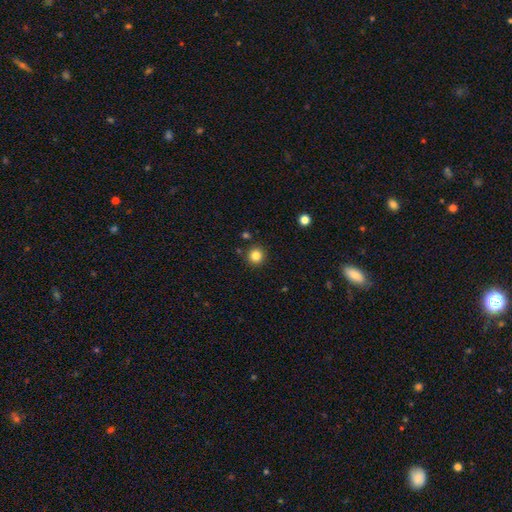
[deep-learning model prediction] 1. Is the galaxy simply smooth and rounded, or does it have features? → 84% smooth, 12% star or artifact, 4% featured or disk.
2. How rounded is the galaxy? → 94% round, 5% in between, 1% cigar-shaped.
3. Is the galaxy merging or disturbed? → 89% none, 6% minor disturbance, 3% merger, 2% major disturbance.